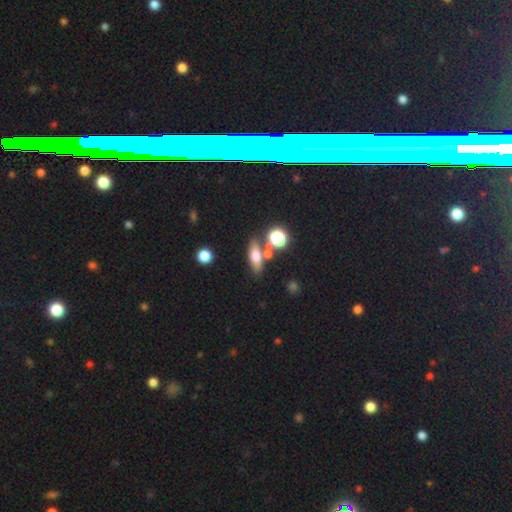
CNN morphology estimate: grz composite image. It shows a smooth galaxy with no disk features (58%) that is in between round and cigar-shaped (50%). Merging: none (67%).